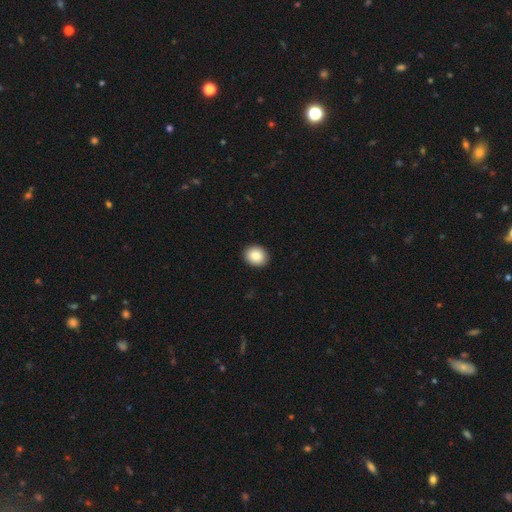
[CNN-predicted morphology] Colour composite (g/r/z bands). It shows a smooth galaxy with no disk features (86%) that is round (66%). Merging: none (92%).